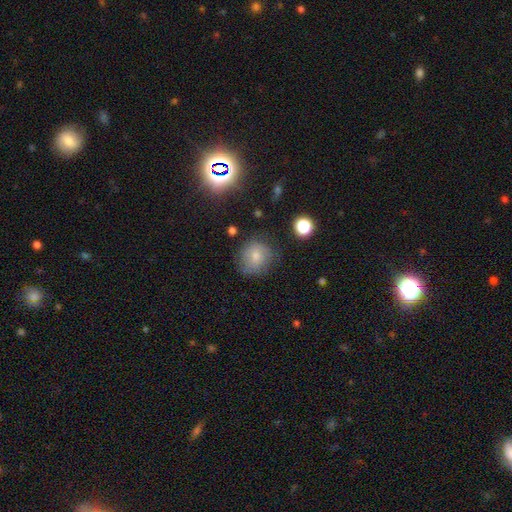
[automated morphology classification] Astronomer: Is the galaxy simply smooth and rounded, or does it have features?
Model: smooth — 72%.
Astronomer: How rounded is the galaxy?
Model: round — 79%.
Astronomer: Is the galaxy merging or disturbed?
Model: none — 69%.